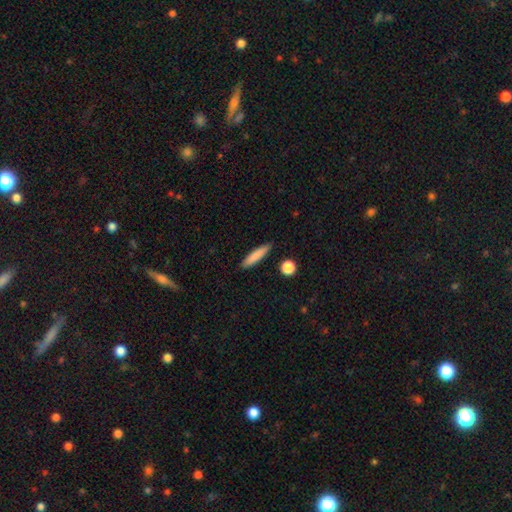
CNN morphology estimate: Q: Smooth or featured?
A: smooth (82%); runner-up: featured or disk (11%)
Q: How rounded?
A: cigar-shaped (84%); runner-up: in between (14%)
Q: Merging?
A: none (88%); runner-up: minor disturbance (8%)